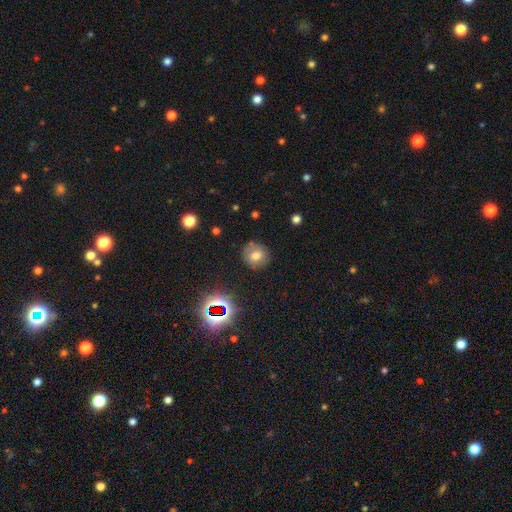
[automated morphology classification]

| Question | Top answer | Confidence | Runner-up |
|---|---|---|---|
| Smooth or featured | smooth | 68% | star or artifact (17%) |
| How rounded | round | 80% | in between (19%) |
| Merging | none | 76% | minor disturbance (16%) |